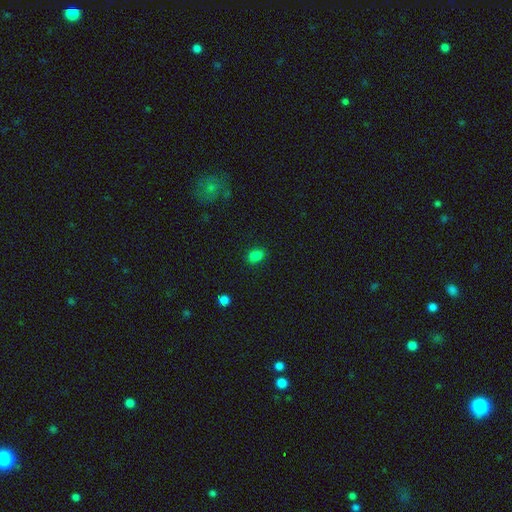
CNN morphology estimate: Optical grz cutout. It shows a smooth galaxy with no disk features (82%) that is in between round and cigar-shaped (84%). Merging: none (82%).